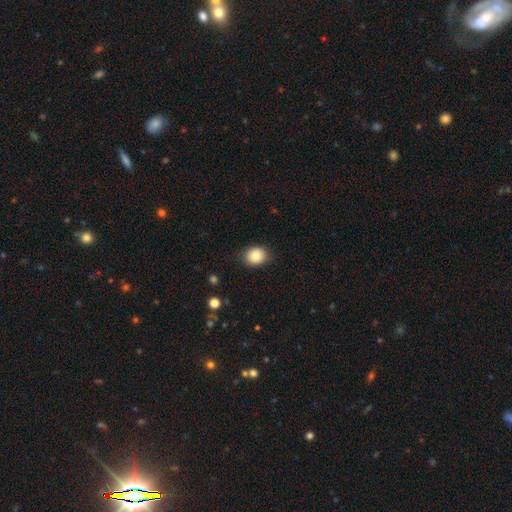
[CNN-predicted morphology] smooth-or-featured: smooth: 83% | star or artifact: 9% | featured or disk: 8%
  how-rounded: round: 61% | in between: 38% | cigar-shaped: 1%
  merging: none: 85% | minor disturbance: 12% | major disturbance: 3% | merger: 1%